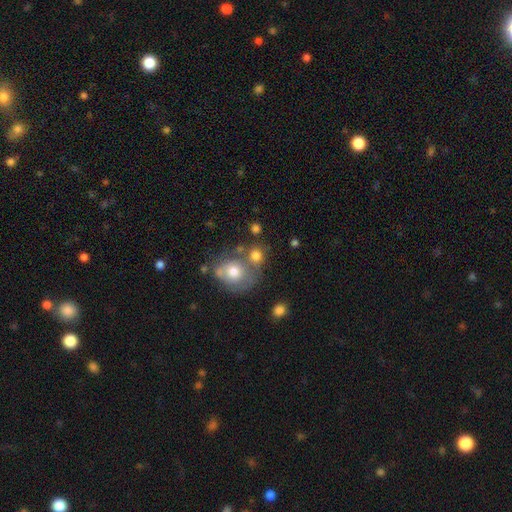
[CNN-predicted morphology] Smooth or featured: smooth — 74% (featured or disk — 14%)
How rounded: round — 76% (in between — 23%)
Merging: none — 45% (merger — 36%)